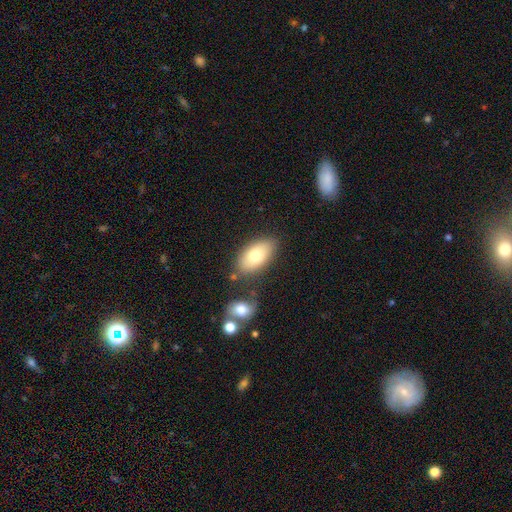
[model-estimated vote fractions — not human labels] This appears to be a smooth galaxy with no disk features (74%) that is in between round and cigar-shaped (92%). Merging: none (76%).